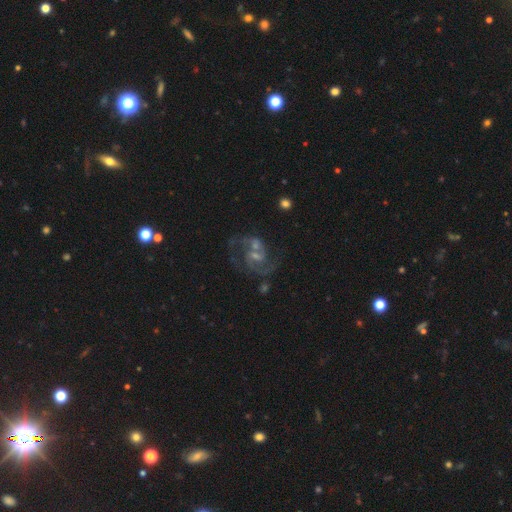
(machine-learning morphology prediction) type=featured or disk (81%); edge-on=no (98%); bar=weak (49%); spiral arms=yes (92%); winding=medium (53%); arm count=2 (82%); bulge=small (53%); merging=none (45%).